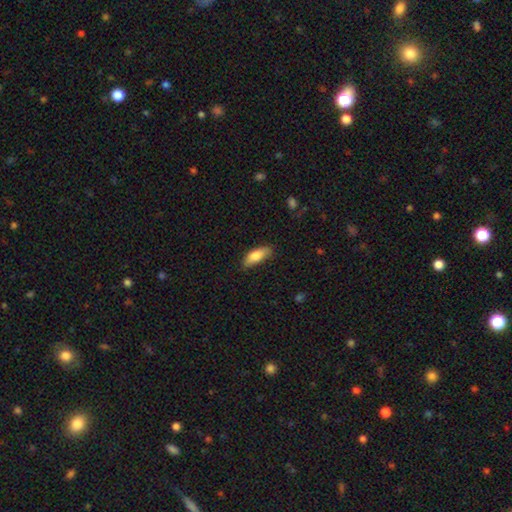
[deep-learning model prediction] Smooth or featured: smooth — 81% (featured or disk — 13%)
How rounded: in between — 72% (cigar-shaped — 26%)
Merging: none — 76% (minor disturbance — 20%)